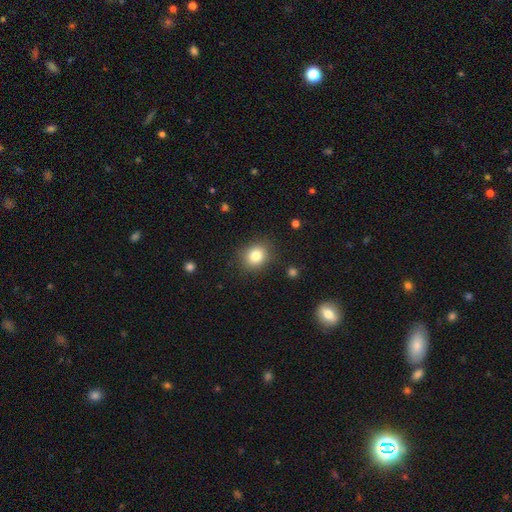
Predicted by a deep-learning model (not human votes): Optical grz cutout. It shows a smooth galaxy with no disk features (83%) that is round (64%). Merging: none (86%).